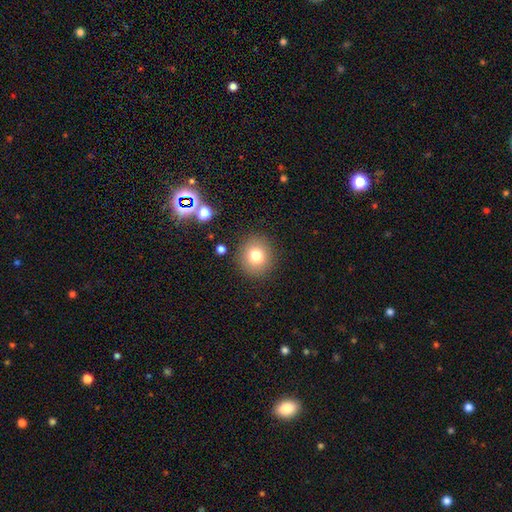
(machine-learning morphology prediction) Smooth or featured? smooth (77%)
How rounded? round (86%)
Merging? none (87%)